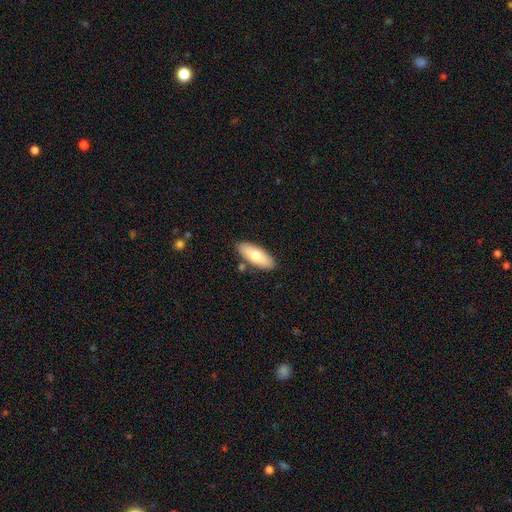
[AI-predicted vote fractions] smooth 74%, featured or disk 21%, star or artifact 6%. Down the decision tree: how rounded — in between (75%); merging — none (85%).